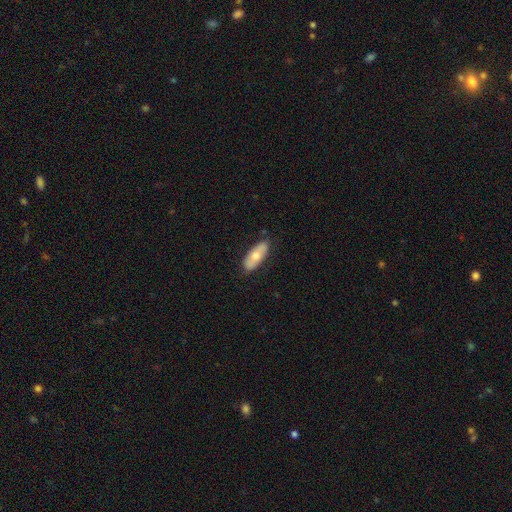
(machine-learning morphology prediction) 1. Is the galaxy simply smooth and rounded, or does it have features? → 65% smooth, 30% featured or disk, 6% star or artifact.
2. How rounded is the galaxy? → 82% in between, 15% cigar-shaped, 3% round.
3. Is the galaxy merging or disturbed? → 82% none, 14% minor disturbance, 3% major disturbance, 1% merger.